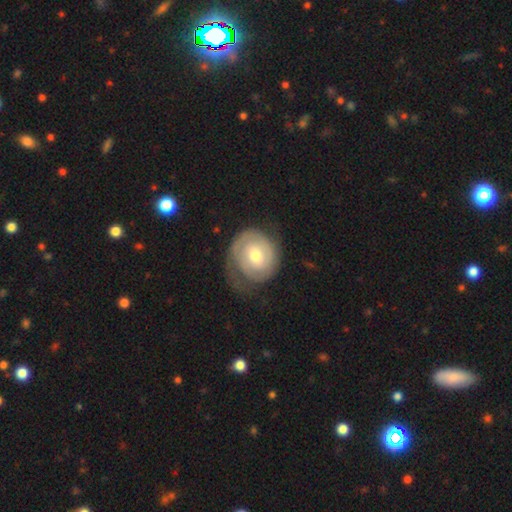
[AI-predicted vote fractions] This appears to be a featured or disk galaxy (67%) with no bar (56%), 2 (41%) tight (69%) spiral arms (84%) and a moderate central bulge (68%). Merging: none (57%).